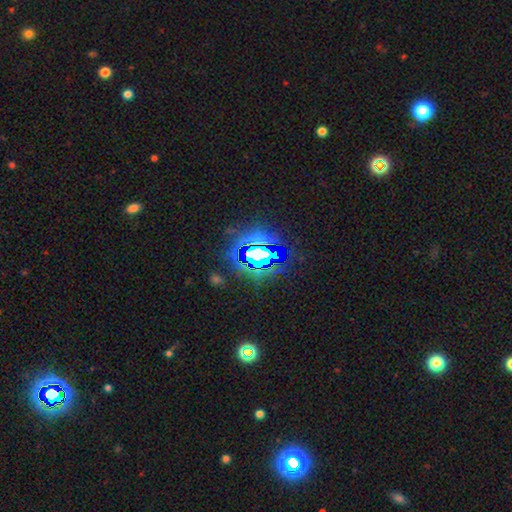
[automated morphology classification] smooth-or-featured: star or artifact: 74% | smooth: 14% | featured or disk: 12%